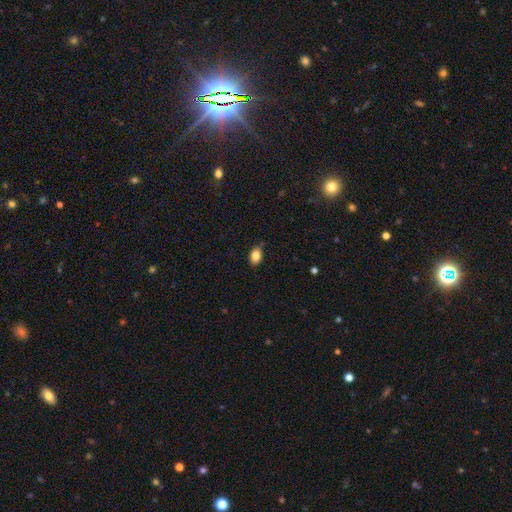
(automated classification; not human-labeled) Smooth or featured: smooth — 83% (star or artifact — 9%)
How rounded: in between — 84% (round — 15%)
Merging: none — 80% (minor disturbance — 16%)